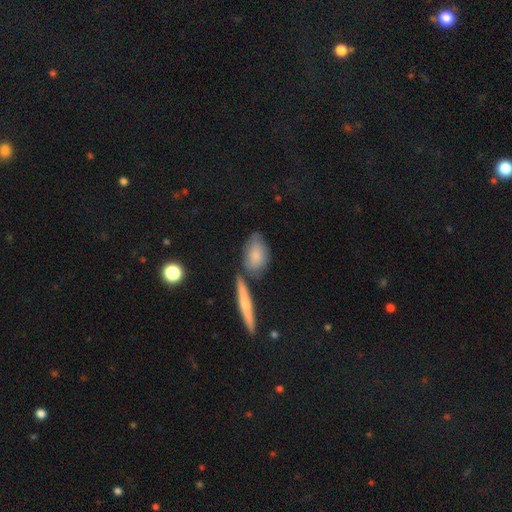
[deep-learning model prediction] smooth 74%, featured or disk 20%, star or artifact 6%. Down the decision tree: how rounded — in between (83%); merging — none (54%).